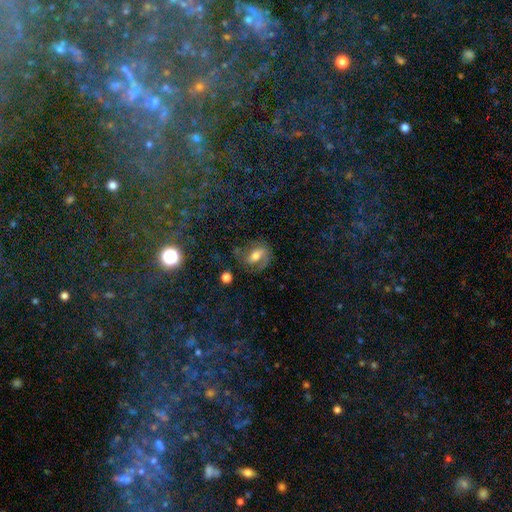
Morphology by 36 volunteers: smooth-or-featured: featured or disk: 61% | smooth: 36% | star or artifact: 3%
  disk-edge-on: no: 100% | yes: 0%
    bar: strong: 50% | weak: 27% | no: 23%
    has-spiral-arms: yes: 86% | no: 14%
      spiral-winding: medium: 58% | tight: 32% | loose: 11%
      spiral-arm-count: 2: 53% | 1: 21% | can't tell: 21% | more than 4: 5% | 3: 0% | 4: 0%
    bulge-size: moderate: 68% | large: 23% | dominant: 5% | small: 5% | none: 0%
  merging: none: 69% | major disturbance: 20% | minor disturbance: 11% | merger: 0%